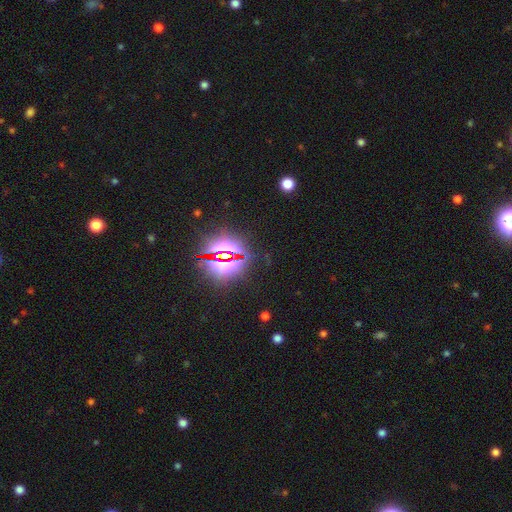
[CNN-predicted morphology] This appears to be a star or artifact, not a galaxy (83%).